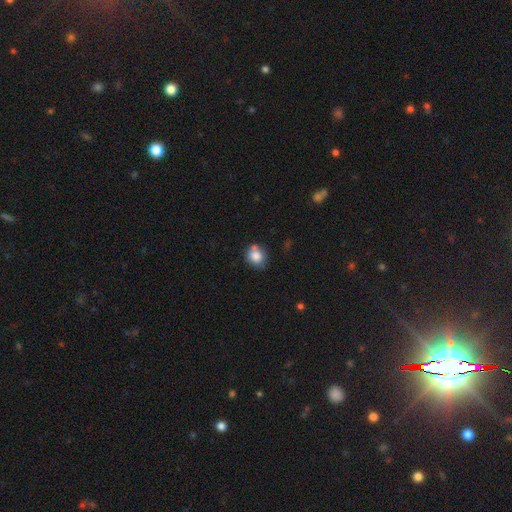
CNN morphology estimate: Smooth or featured? Predicted: smooth (p=0.82). How rounded? Predicted: round (p=0.78). Merging? Predicted: none (p=0.63).